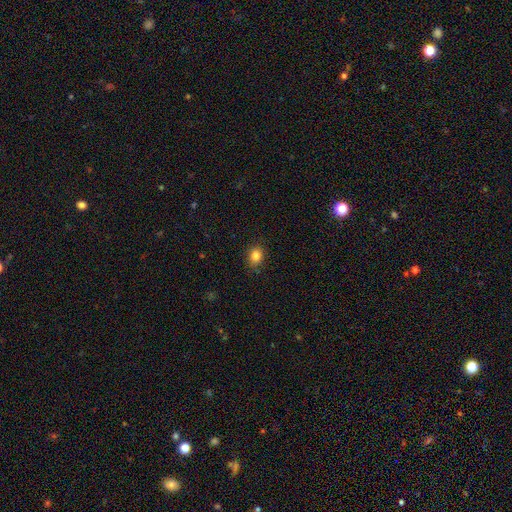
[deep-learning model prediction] This appears to be a smooth galaxy with no disk features (84%) that is round (58%). Merging: none (86%).